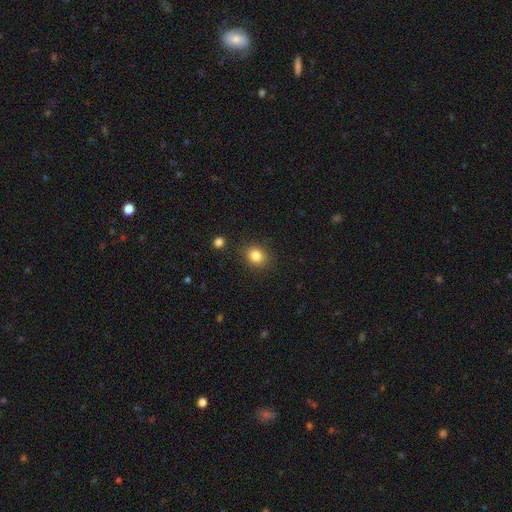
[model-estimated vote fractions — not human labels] The model was most divided on "how rounded": round: 66%, in between: 33%, cigar-shaped: 1%. More confident: merging — none (87%); smooth or featured — smooth (83%).